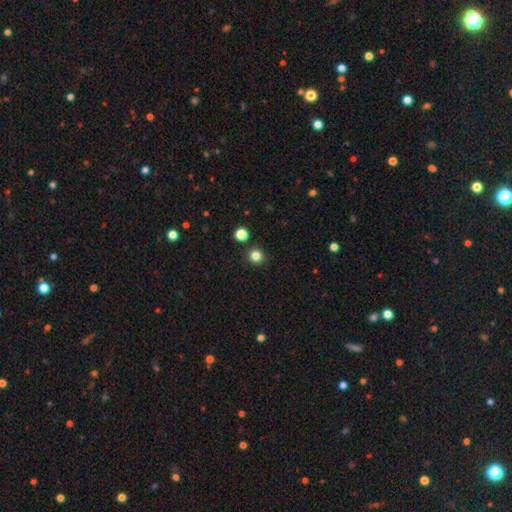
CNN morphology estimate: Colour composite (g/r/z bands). It shows a smooth galaxy with no disk features (83%) that is round (94%). Merging: none (90%).